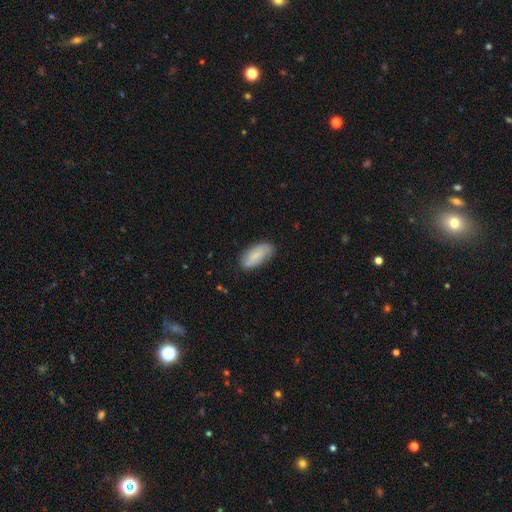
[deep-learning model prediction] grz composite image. It shows a smooth galaxy with no disk features (67%) that is in between round and cigar-shaped (88%). Merging: none (76%).